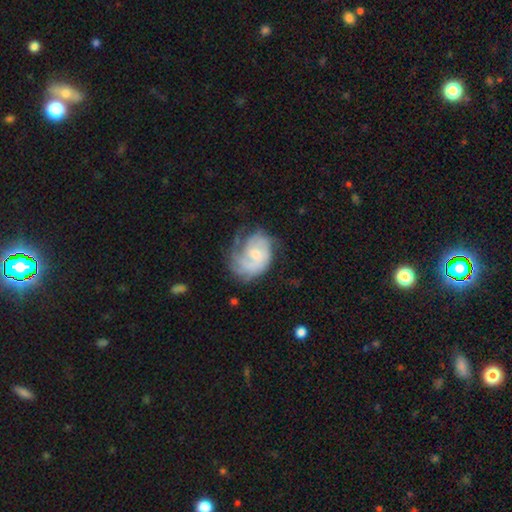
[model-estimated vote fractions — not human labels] featured or disk 73%, smooth 21%, star or artifact 6%. Down the decision tree: edge-on disk — no (98%); bar — no (70%); spiral arms — yes (88%); spiral arm count — can't tell (32%); spiral winding — tight (48%); bulge size — small (55%); merging — none (47%).